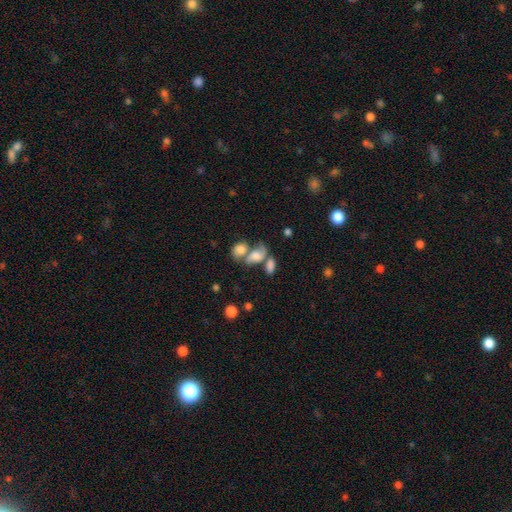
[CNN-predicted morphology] smooth 59%, featured or disk 29%, star or artifact 12%. Down the decision tree: how rounded — in between (78%); merging — merger (55%).